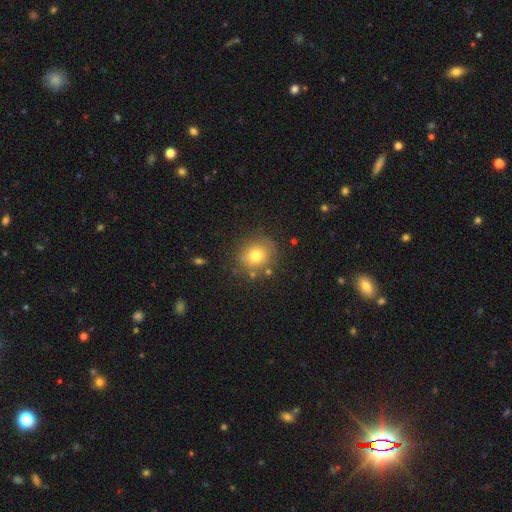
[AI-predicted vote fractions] This is likely a smooth galaxy (77%). How rounded: likely round (79%). Merging: likely none (78%).